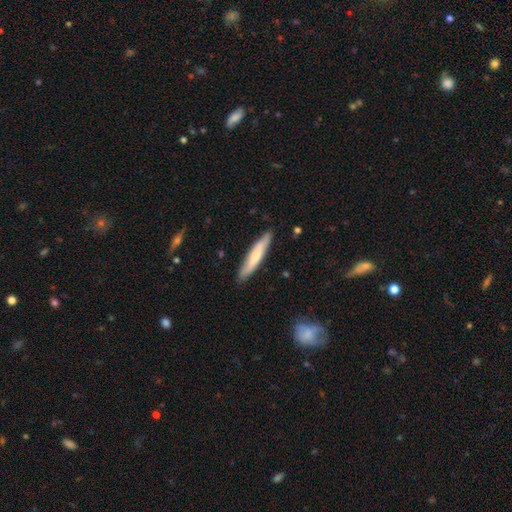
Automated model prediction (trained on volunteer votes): smooth-or-featured: smooth: 63% | featured or disk: 32% | star or artifact: 5%
  how-rounded: cigar-shaped: 91% | in between: 8% | round: 1%
  merging: none: 87% | minor disturbance: 10% | major disturbance: 2% | merger: 1%